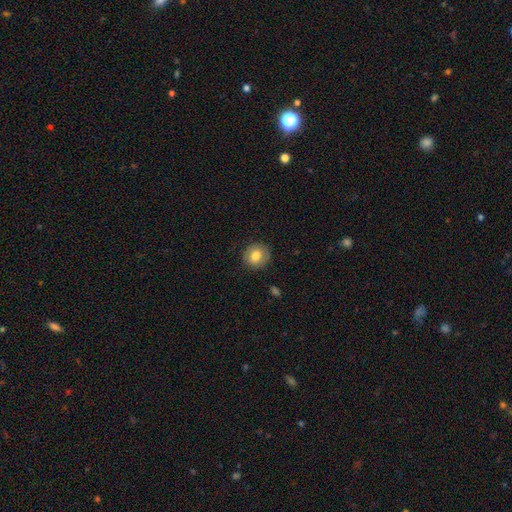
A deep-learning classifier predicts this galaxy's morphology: smooth-or-featured: smooth: 77% | featured or disk: 15% | star or artifact: 8%
  how-rounded: round: 83% | in between: 16% | cigar-shaped: 1%
  merging: none: 86% | minor disturbance: 10% | major disturbance: 3% | merger: 1%